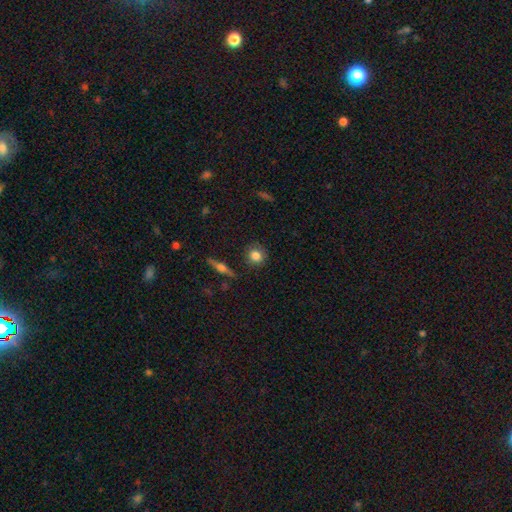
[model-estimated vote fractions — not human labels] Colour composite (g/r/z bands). It shows a smooth galaxy with no disk features (80%) that is round (85%). Merging: none (83%).